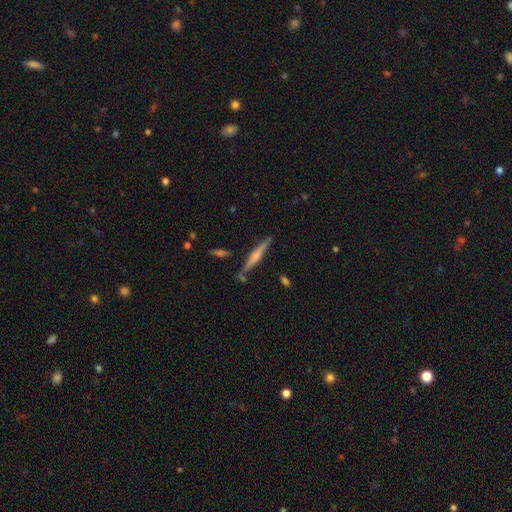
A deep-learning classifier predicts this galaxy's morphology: Overall: featured or disk (62%; smooth 32%). Edge-on disk: yes (97%). Edge-on bulge: rounded (66%). Merging: none (80%).